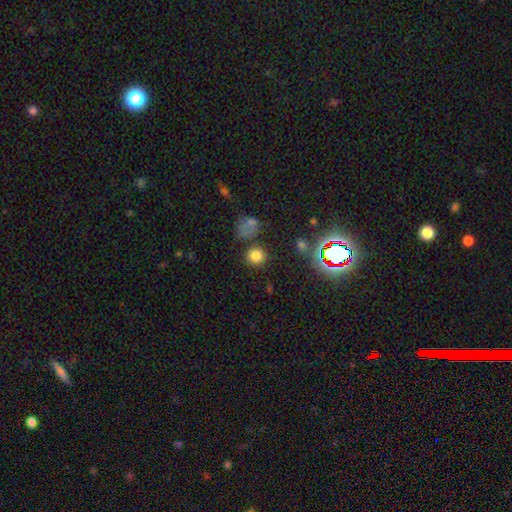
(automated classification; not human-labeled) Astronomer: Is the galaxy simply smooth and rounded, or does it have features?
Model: smooth — 76%.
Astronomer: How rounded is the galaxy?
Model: round — 87%.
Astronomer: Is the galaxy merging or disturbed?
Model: none — 78%.